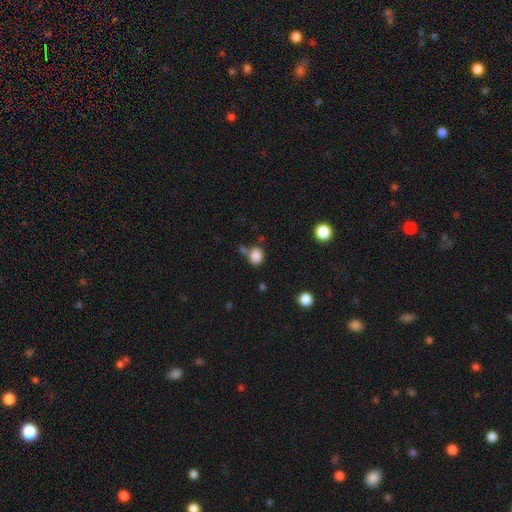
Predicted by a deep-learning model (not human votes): This is clearly a smooth galaxy (85%). How rounded: likely round (66%). Merging: likely none (63%).